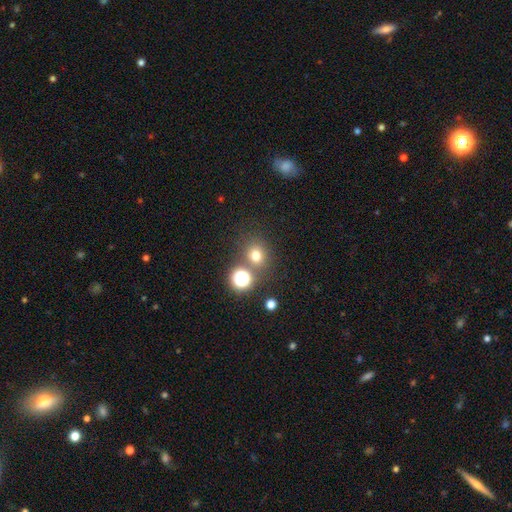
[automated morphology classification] Smooth or featured: smooth — 71% (star or artifact — 22%)
How rounded: round — 78% (in between — 21%)
Merging: none — 71% (merger — 15%)